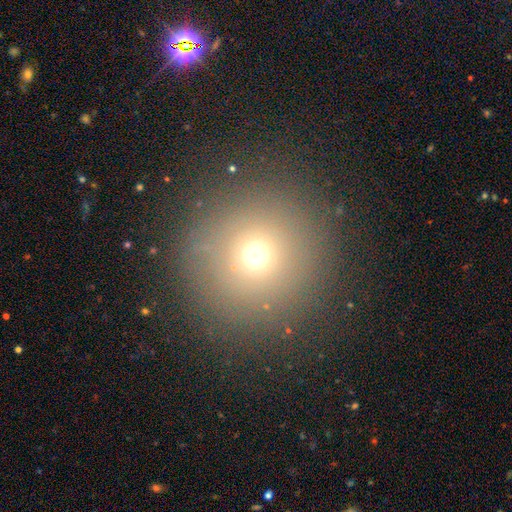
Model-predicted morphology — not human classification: This appears to be a smooth galaxy with no disk features (68%) that is round (96%). Merging: none (89%).